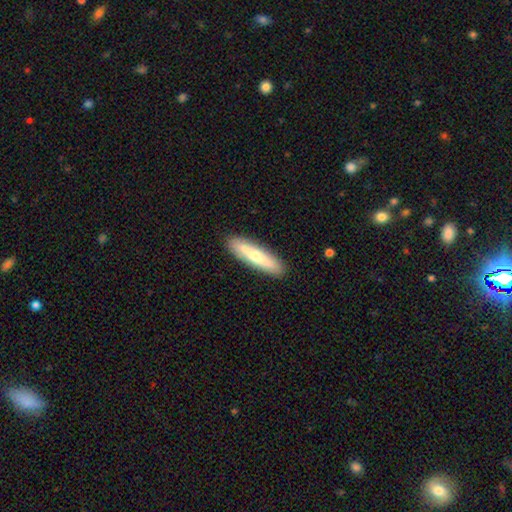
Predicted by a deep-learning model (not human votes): Smooth or featured? Predicted: smooth (p=0.58). How rounded? Predicted: cigar-shaped (p=0.77). Merging? Predicted: none (p=0.90).